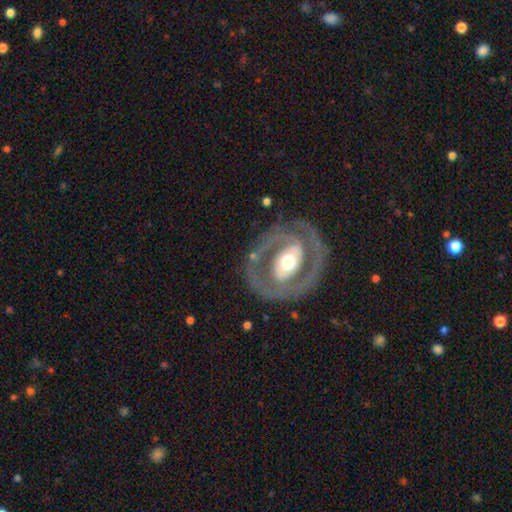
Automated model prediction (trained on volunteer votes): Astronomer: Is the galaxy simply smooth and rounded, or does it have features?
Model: featured or disk — 82%.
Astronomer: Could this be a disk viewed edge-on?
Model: no — 95%.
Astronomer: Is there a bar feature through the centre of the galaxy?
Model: no — 42% (runner-up: strong, 29%).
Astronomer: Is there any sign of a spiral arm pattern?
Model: yes — 63%.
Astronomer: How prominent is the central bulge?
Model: moderate — 64%.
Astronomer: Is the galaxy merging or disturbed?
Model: none — 75%.